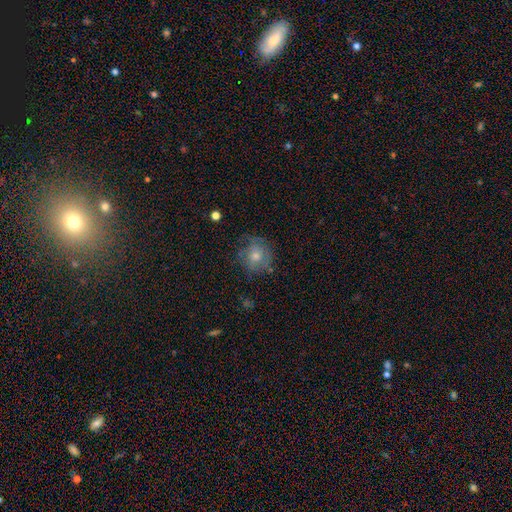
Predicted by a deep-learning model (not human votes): The model was most divided on "smooth or featured": smooth: 47%, featured or disk: 36%, star or artifact: 17%. More confident: merging — none (69%).